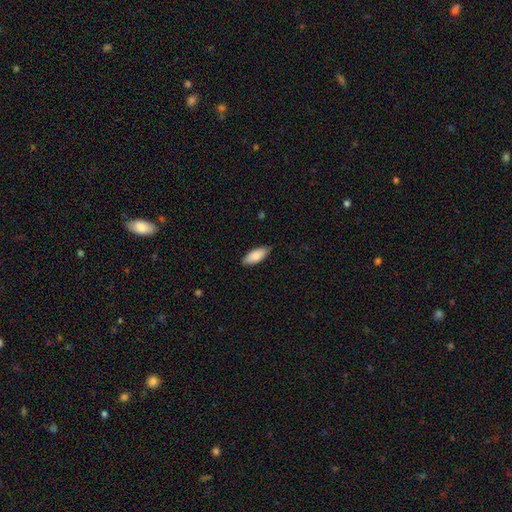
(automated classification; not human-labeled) smooth 84%, featured or disk 10%, star or artifact 6%. Down the decision tree: how rounded — in between (84%); merging — none (85%).